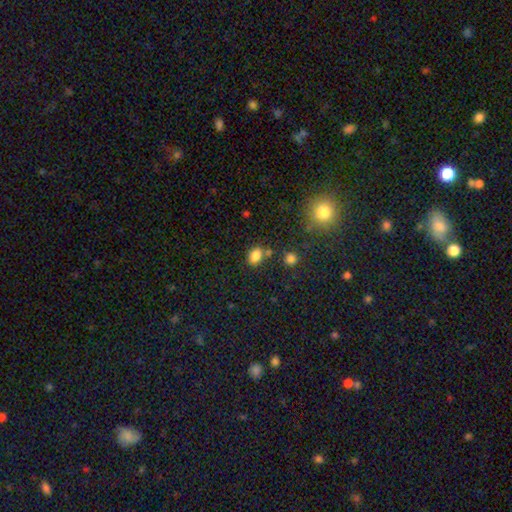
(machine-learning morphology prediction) Overall: smooth (83%). How rounded: in between (69%; round 29%). Merging: none (69%).